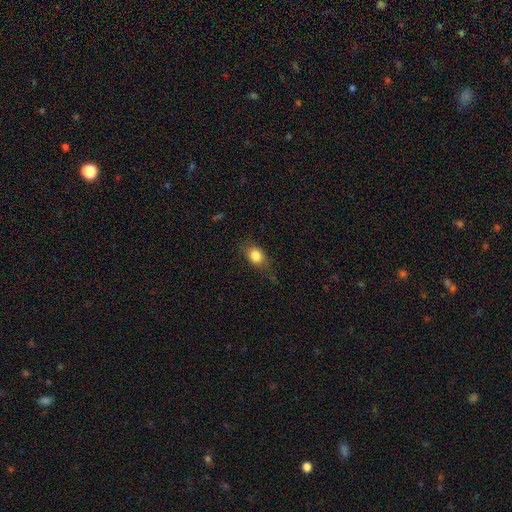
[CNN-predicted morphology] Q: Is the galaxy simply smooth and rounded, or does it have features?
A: smooth — 81%.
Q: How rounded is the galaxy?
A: in between — 67%.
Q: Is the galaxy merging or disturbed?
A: none — 68%.